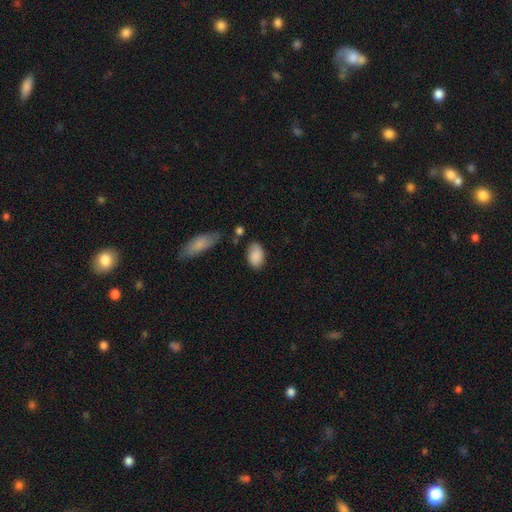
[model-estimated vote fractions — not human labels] Smooth or featured? smooth (87%)
How rounded? in between (90%)
Merging? none (69%)